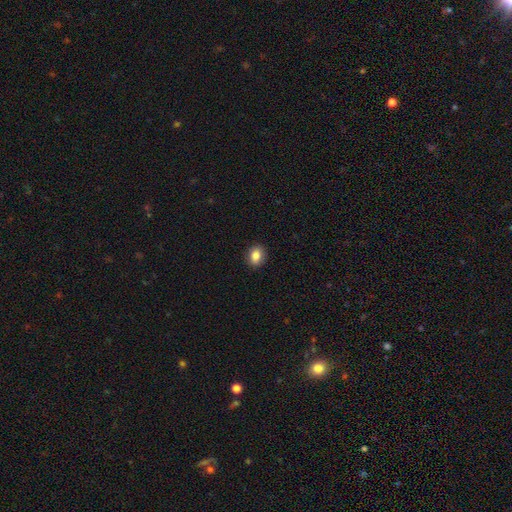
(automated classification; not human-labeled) smooth-or-featured: smooth: 85% | star or artifact: 9% | featured or disk: 6%
  how-rounded: round: 51% | in between: 48% | cigar-shaped: 1%
  merging: none: 90% | minor disturbance: 7% | major disturbance: 2% | merger: 1%